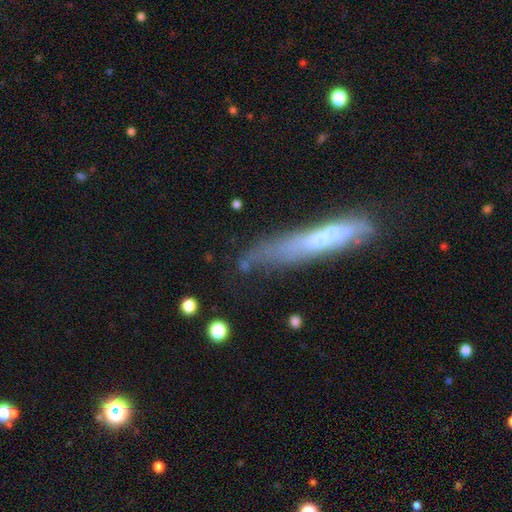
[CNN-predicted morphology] smooth_or_featured: featured or disk (p=0.53) [alt: smooth p=0.37]
disk_edge_on: yes (p=0.62) [alt: no p=0.38]
merging: none (p=0.50) [alt: minor disturbance p=0.26]